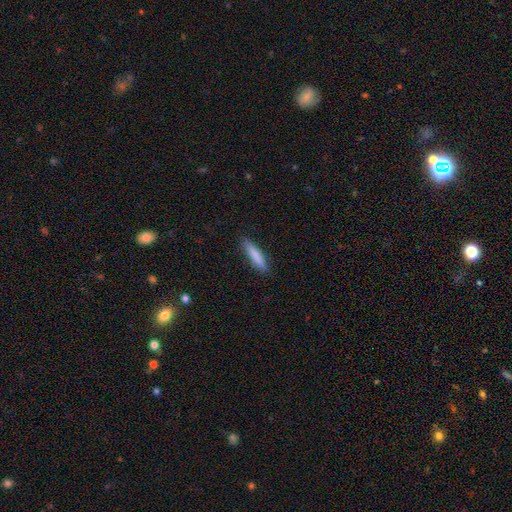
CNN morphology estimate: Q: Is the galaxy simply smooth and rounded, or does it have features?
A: smooth — 82%.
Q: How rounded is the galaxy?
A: cigar-shaped — 85%.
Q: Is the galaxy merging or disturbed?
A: none — 88%.